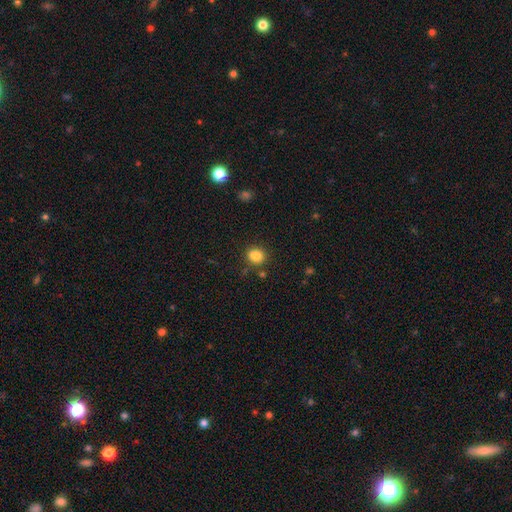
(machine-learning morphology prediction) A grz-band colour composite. It shows a smooth galaxy with no disk features (85%) that is round (65%). Merging: none (80%).